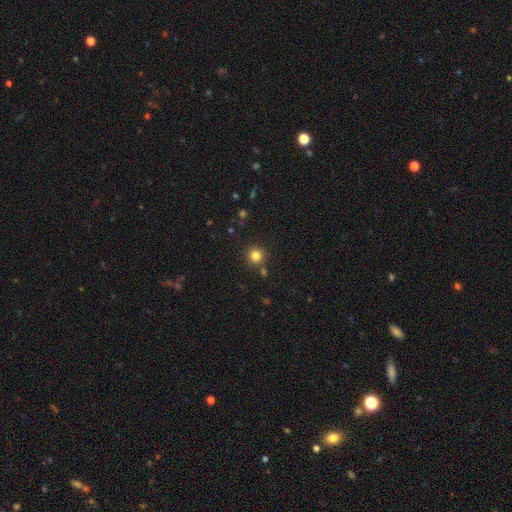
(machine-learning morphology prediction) type=smooth (82%); roundness=round (94%); merging=none (85%).